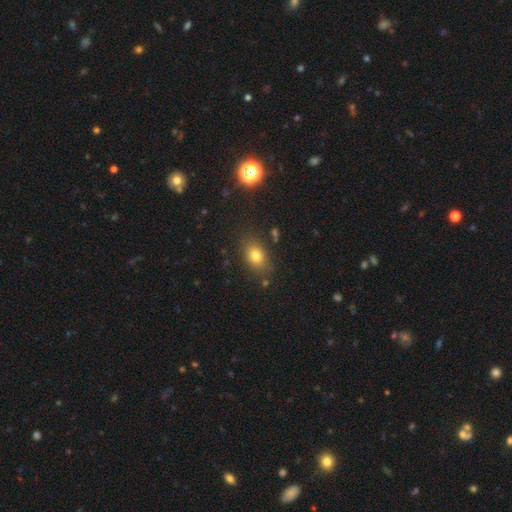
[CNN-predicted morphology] The model was most divided on "how rounded": in between: 74%, round: 24%, cigar-shaped: 2%. More confident: merging — none (80%); smooth or featured — smooth (76%).